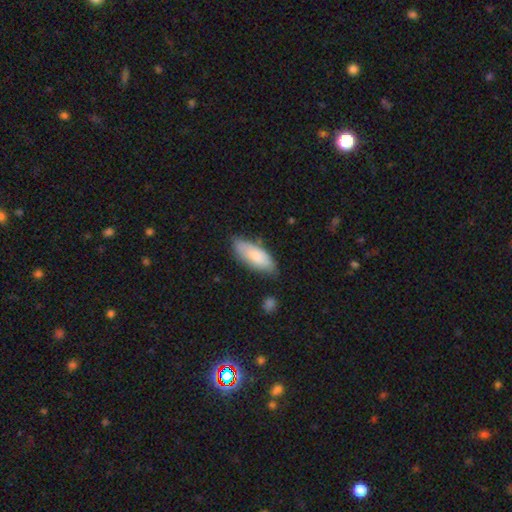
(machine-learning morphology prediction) Smooth or featured: smooth — 79% (featured or disk — 15%)
How rounded: in between — 77% (cigar-shaped — 21%)
Merging: none — 68% (minor disturbance — 24%)